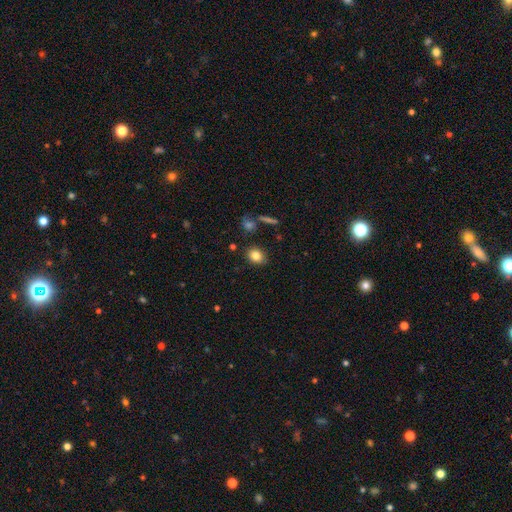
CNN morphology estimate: Overall: smooth (82%). How rounded: in between (58%; round 41%). Merging: none (83%).